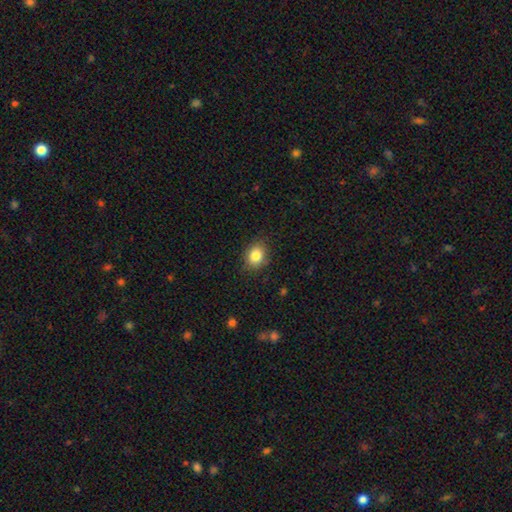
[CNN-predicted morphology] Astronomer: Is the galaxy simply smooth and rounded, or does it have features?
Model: smooth — 84%.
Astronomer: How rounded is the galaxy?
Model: round — 52% (runner-up: in between, 47%).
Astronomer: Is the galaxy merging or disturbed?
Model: none — 85%.